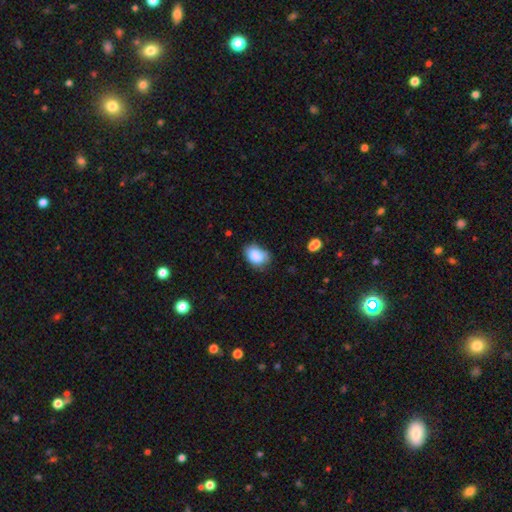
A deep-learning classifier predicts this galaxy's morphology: The model was most divided on "merging": none: 56%, minor disturbance: 33%, major disturbance: 8%, merger: 3%. More confident: smooth or featured — smooth (84%); how rounded — in between (77%).